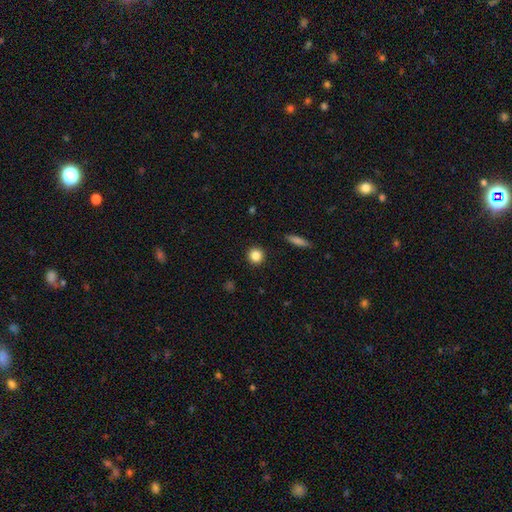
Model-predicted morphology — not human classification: Q: Smooth or featured?
A: smooth (84%); runner-up: star or artifact (10%)
Q: How rounded?
A: round (93%); runner-up: in between (6%)
Q: Merging?
A: none (92%); runner-up: minor disturbance (5%)